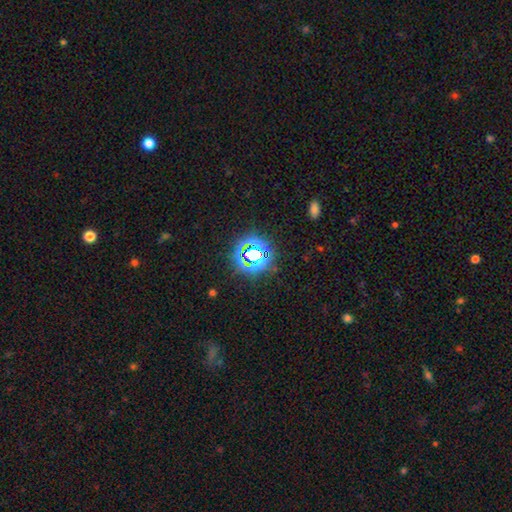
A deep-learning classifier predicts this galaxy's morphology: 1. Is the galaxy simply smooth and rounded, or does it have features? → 72% star or artifact, 18% smooth, 10% featured or disk.